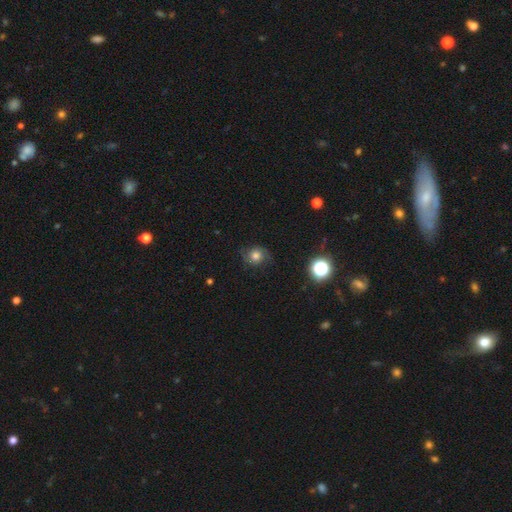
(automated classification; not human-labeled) smooth_or_featured: smooth (p=0.44) [alt: featured or disk p=0.42]
merging: none (p=0.72) [alt: minor disturbance p=0.18]